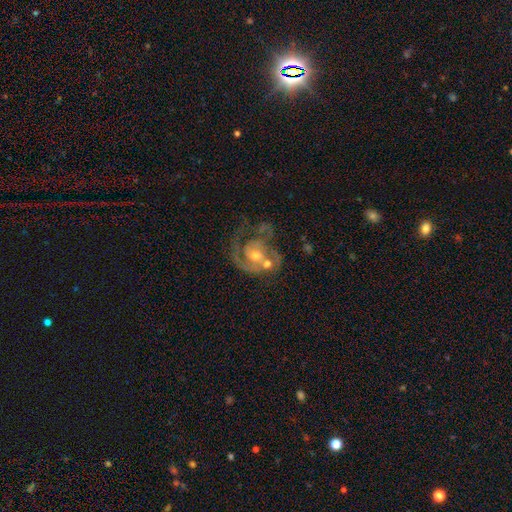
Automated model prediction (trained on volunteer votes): A featured or disk galaxy (85%) with no bar (66%), 2 (49%) medium (44%) spiral arms (91%) and a moderate central bulge (56%). Merging: none (35%).